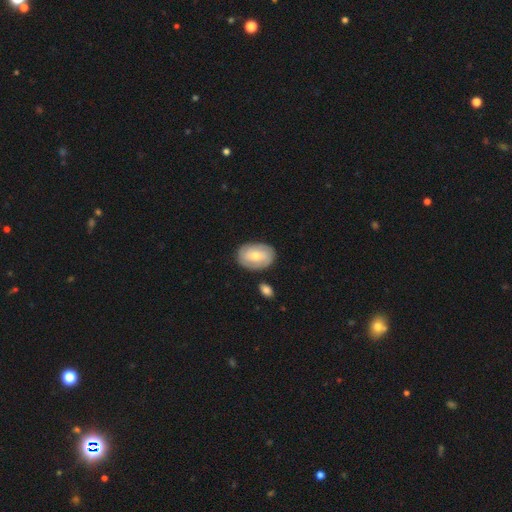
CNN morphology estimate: This appears to be a smooth galaxy with no disk features (47%, tied with featured or disk). Merging: none (80%).